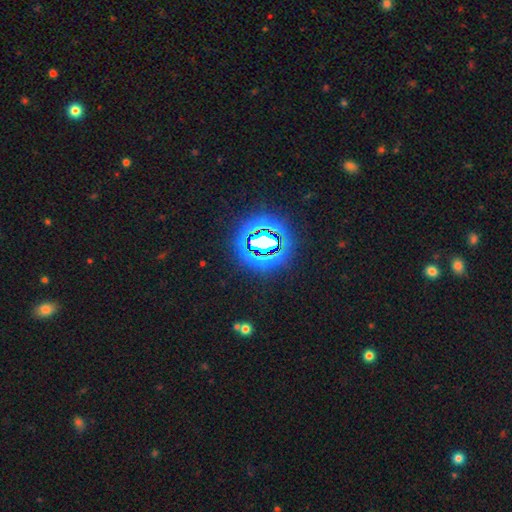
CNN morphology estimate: This appears to be a star or artifact, not a galaxy (83%).